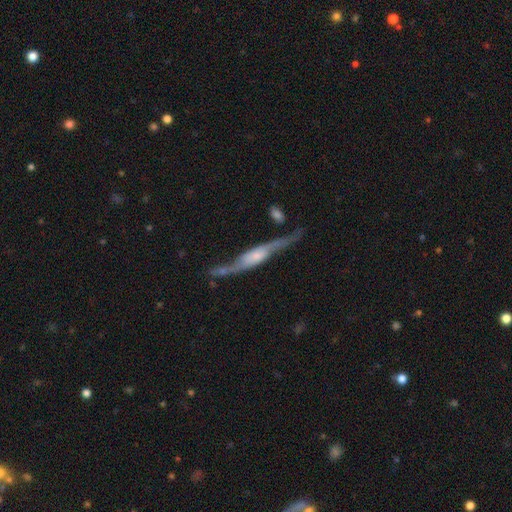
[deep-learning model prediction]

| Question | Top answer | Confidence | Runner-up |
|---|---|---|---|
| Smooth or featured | featured or disk | 82% | smooth (12%) |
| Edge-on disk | yes | 68% | no (32%) |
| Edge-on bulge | rounded | 57% | boxy (30%) |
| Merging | none | 63% | minor disturbance (21%) |